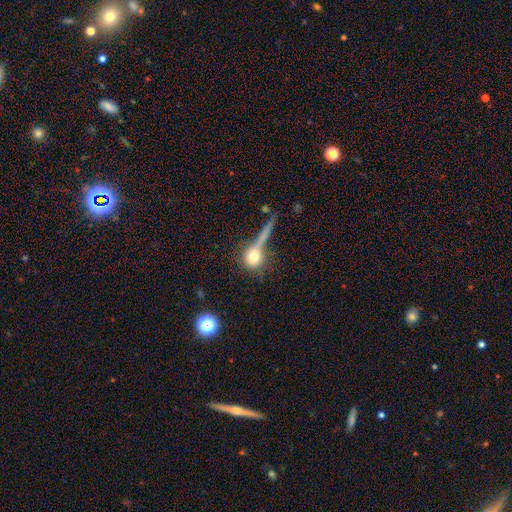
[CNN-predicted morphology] The model was most divided on "merging": none: 38%, major disturbance: 26%, merger: 20%, minor disturbance: 16%. More confident: how rounded — round (70%); smooth or featured — smooth (60%).